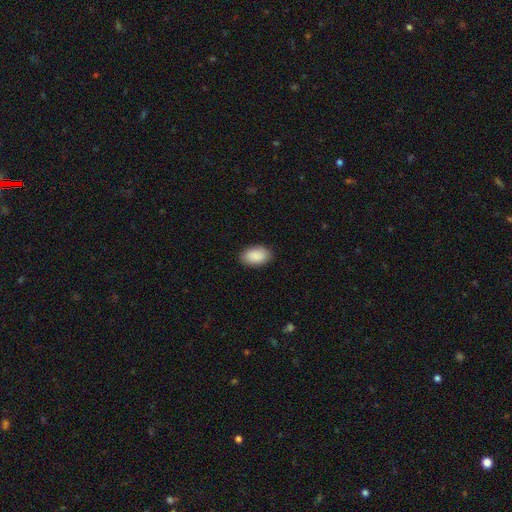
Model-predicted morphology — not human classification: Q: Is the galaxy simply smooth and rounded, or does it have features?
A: smooth — 91%.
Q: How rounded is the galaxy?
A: in between — 94%.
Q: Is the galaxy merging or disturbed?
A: none — 89%.